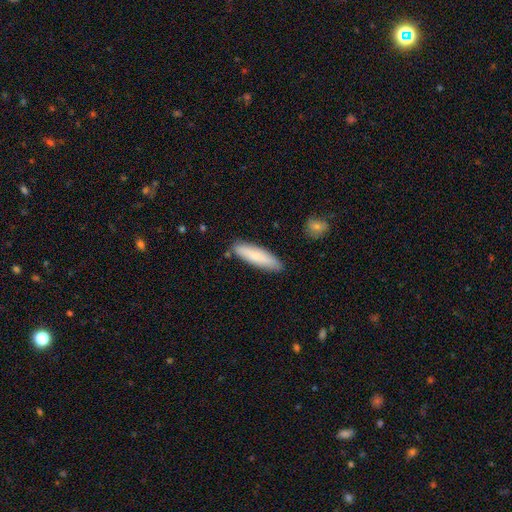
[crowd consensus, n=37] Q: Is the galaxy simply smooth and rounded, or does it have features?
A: smooth — 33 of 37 (89%).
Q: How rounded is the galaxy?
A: cigar-shaped — 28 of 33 (85%).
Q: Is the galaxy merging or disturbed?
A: none — 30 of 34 (88%).